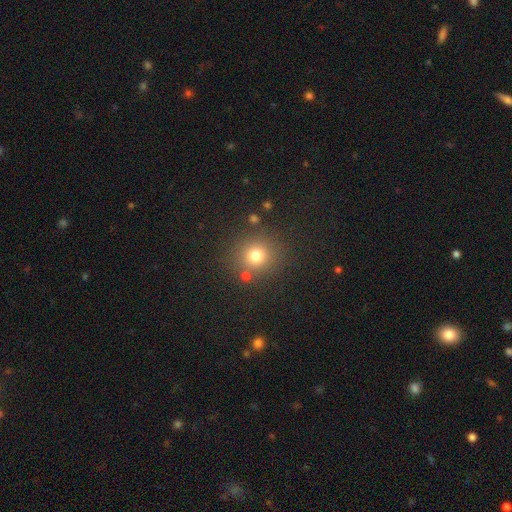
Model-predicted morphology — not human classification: Smooth or featured: smooth — 75% (star or artifact — 17%)
How rounded: round — 90% (in between — 9%)
Merging: none — 81% (minor disturbance — 9%)